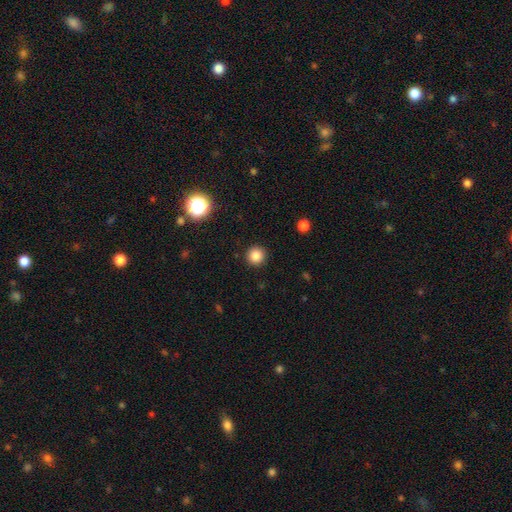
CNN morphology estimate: A smooth galaxy with no disk features (84%) that is round (95%).

Vote fractions:
- Smooth or featured? smooth: 84% / star or artifact: 11% / featured or disk: 4%
- How rounded? round: 95% / in between: 4% / cigar-shaped: 1%
- Merging? none: 92% / minor disturbance: 5% / major disturbance: 2% / merger: 1%